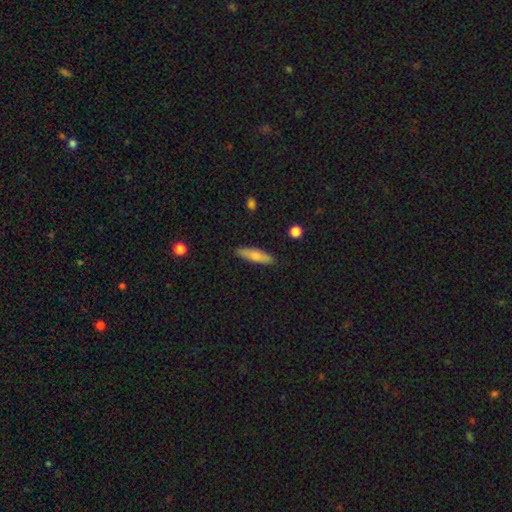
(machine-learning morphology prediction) Smooth or featured: smooth — 70% (featured or disk — 24%)
How rounded: cigar-shaped — 65% (in between — 33%)
Merging: none — 87% (minor disturbance — 9%)